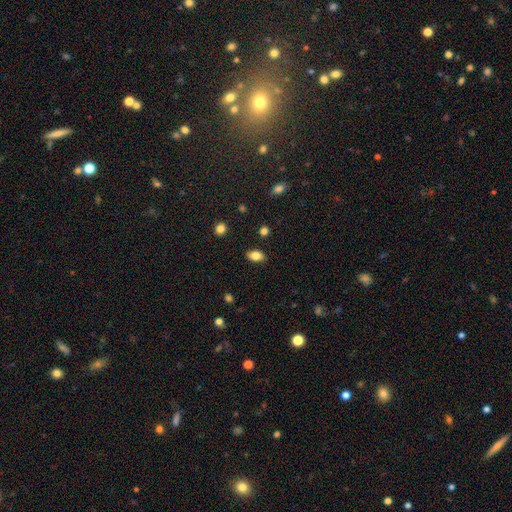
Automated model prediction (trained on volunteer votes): This appears to be a smooth galaxy with no disk features (84%) that is in between round and cigar-shaped (89%). Merging: none (86%).